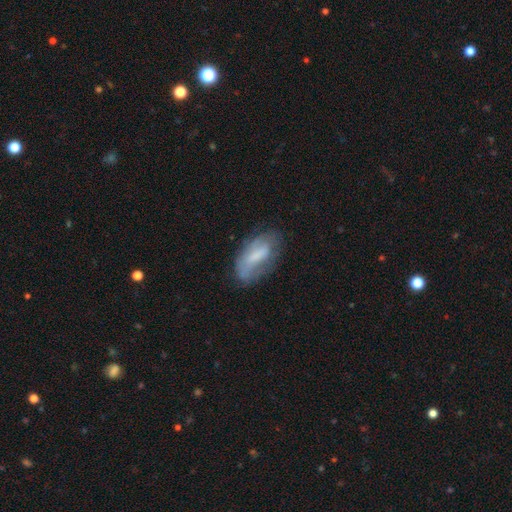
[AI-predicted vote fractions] Overall: smooth (55%; featured or disk 37%). How rounded: in between (87%). Merging: none (54%; minor disturbance 29%).